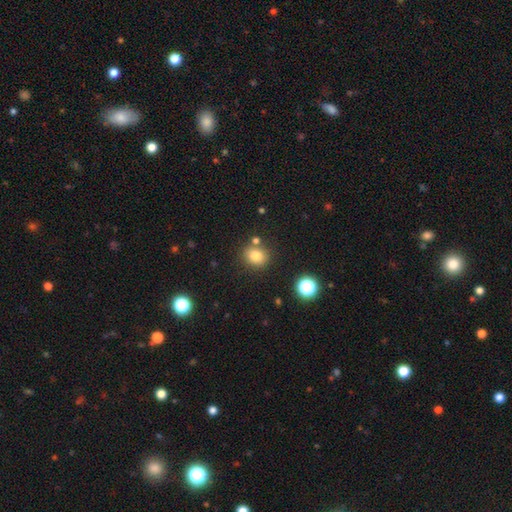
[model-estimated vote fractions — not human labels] The model was most divided on "how rounded": round: 73%, in between: 26%, cigar-shaped: 1%. More confident: smooth or featured — smooth (79%); merging — none (77%).